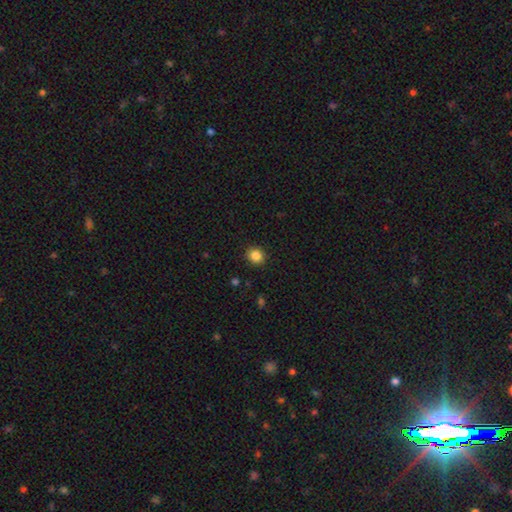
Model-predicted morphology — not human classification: Smooth or featured: smooth — 85% (star or artifact — 10%)
How rounded: round — 81% (in between — 18%)
Merging: none — 91% (minor disturbance — 6%)